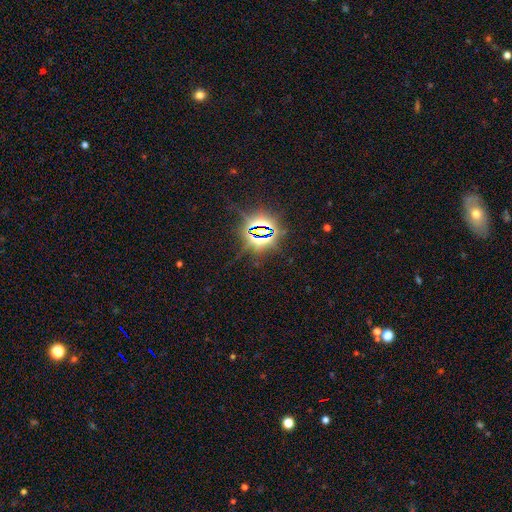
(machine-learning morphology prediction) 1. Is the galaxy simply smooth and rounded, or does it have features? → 82% star or artifact, 11% smooth, 7% featured or disk.